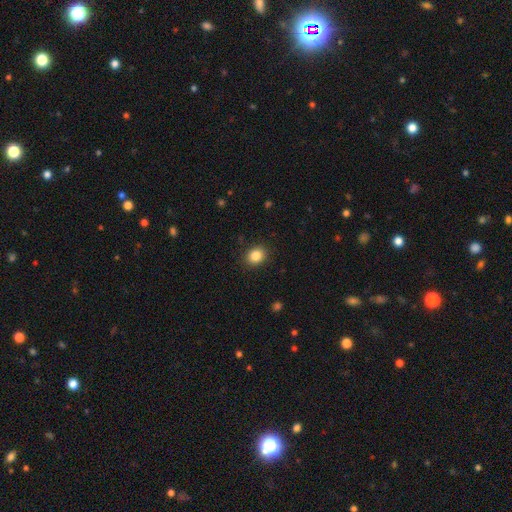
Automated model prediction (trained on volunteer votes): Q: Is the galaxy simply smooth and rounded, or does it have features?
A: smooth — 85%.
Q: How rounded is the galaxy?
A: round — 56%.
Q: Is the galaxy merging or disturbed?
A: none — 89%.